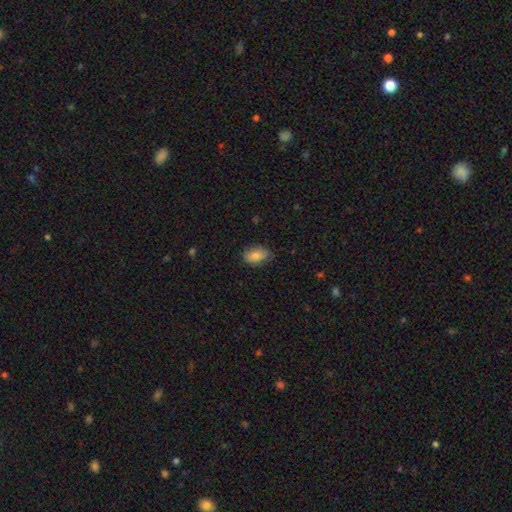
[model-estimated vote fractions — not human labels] Morphology: type=smooth (84%); roundness=in between (88%); merging=none (79%).